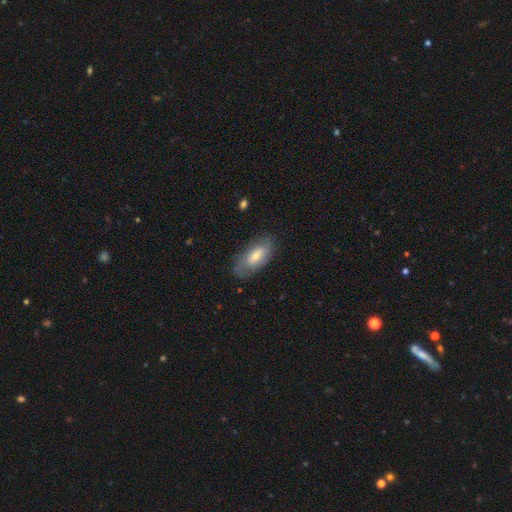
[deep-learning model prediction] This is possibly a smooth galaxy (57%). How rounded: clearly in between (83%). Merging: likely none (77%).